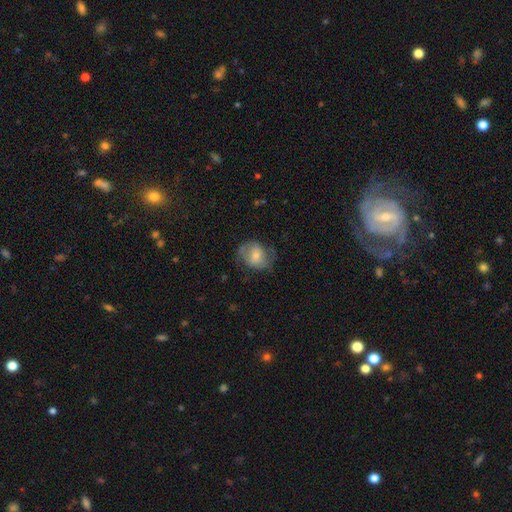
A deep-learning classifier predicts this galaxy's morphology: Smooth or featured?
  - smooth: 48% *
  - featured or disk: 45%
  - star or artifact: 7%
Merging?
  - none: 59% *
  - minor disturbance: 24%
  - major disturbance: 16%
  - merger: 1%